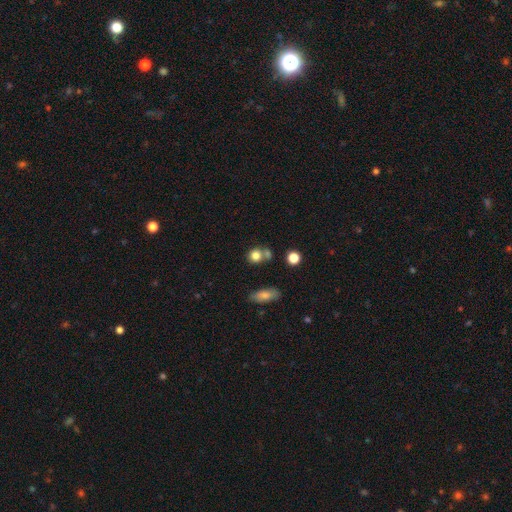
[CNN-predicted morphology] The model was most divided on "merging": none: 54%, merger: 29%, minor disturbance: 12%, major disturbance: 5%. More confident: smooth or featured — smooth (80%); how rounded — round (79%).